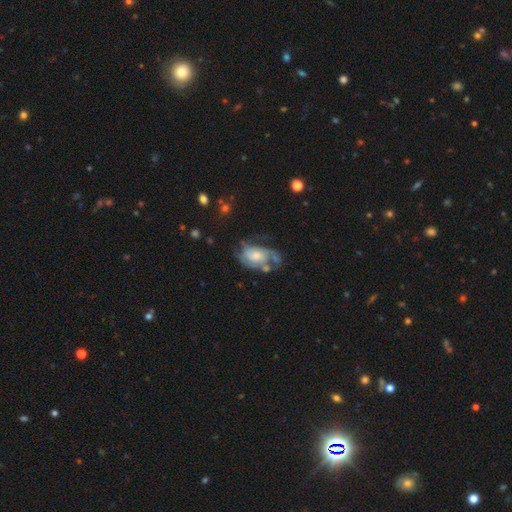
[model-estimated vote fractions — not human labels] The model was most divided on "spiral winding": medium: 41%, tight: 38%, loose: 21%. Remaining: edge-on disk — no (96%); spiral arms — yes (79%); bar — no (71%); smooth or featured — featured or disk (69%); bulge size — moderate (45%); spiral arm count — can't tell (40%); merging — none (37%).